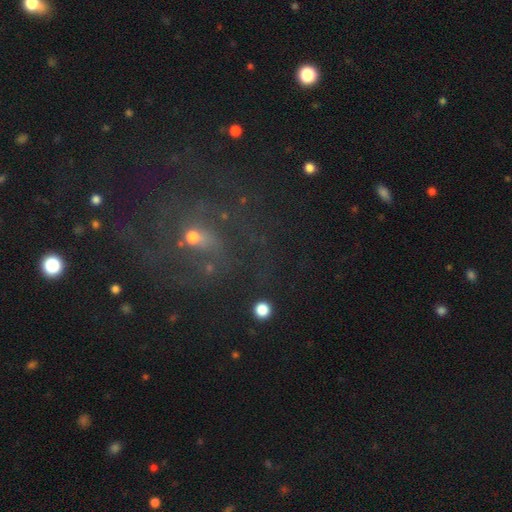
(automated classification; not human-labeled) This appears to be a featured or disk galaxy (57%) with no bar (55%), spiral arms (79%) and a small central bulge (63%). Merging: none (71%).